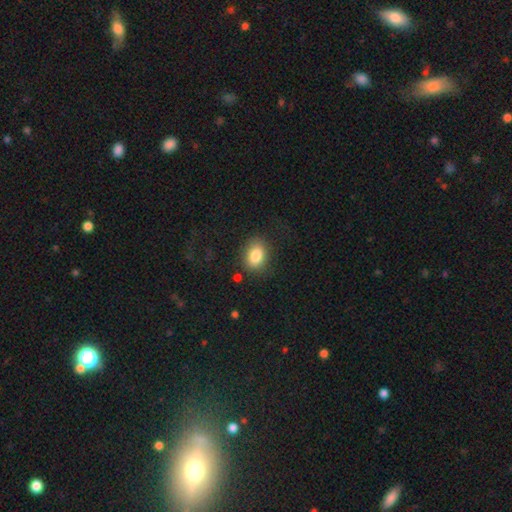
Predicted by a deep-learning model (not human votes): This is clearly a smooth galaxy (84%). How rounded: likely in between (70%). Merging: likely none (79%).